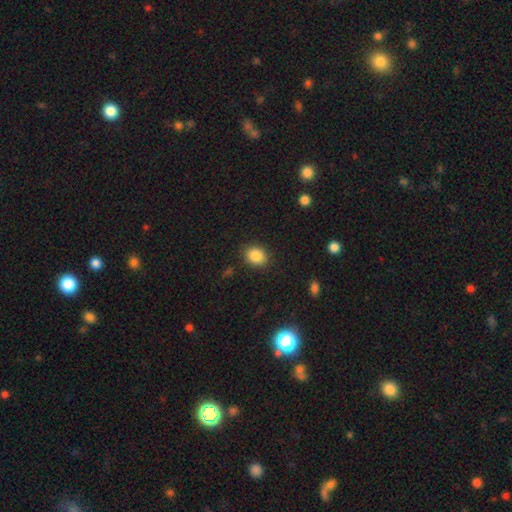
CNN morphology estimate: Q: Smooth or featured?
A: smooth (86%); runner-up: star or artifact (10%)
Q: How rounded?
A: round (53%); runner-up: in between (46%)
Q: Merging?
A: none (86%); runner-up: minor disturbance (10%)